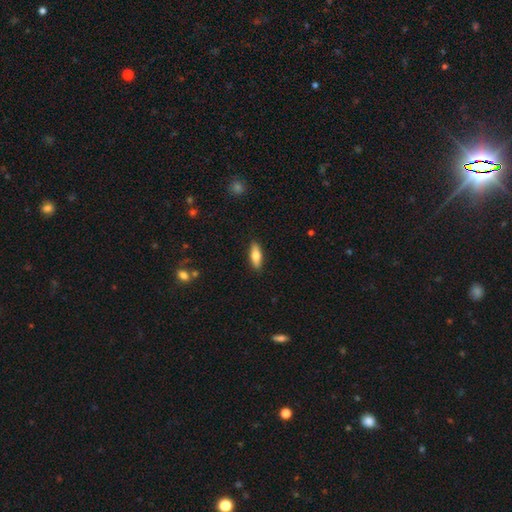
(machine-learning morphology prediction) The model was most divided on "how rounded": in between: 66%, cigar-shaped: 31%, round: 2%. More confident: merging — none (89%); smooth or featured — smooth (74%).